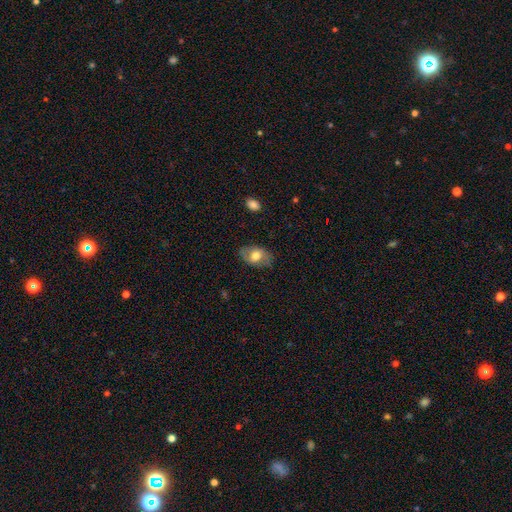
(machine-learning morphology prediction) A smooth galaxy with no disk features (63%) that is in between round and cigar-shaped (86%). Merging: none (77%).